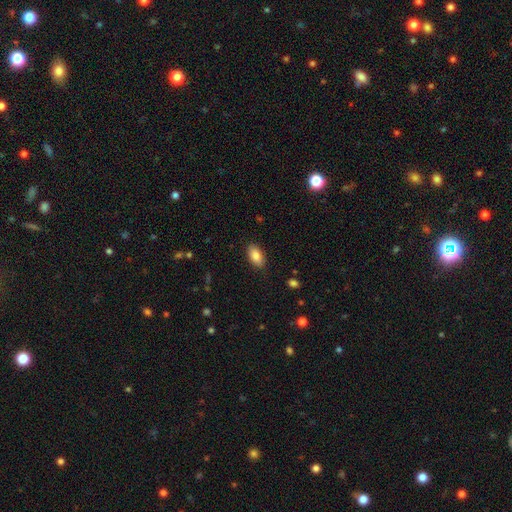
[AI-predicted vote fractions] A smooth galaxy with no disk features (86%) that is in between round and cigar-shaped (93%).

Vote fractions:
- Smooth or featured? smooth: 86% / star or artifact: 7% / featured or disk: 6%
- How rounded? in between: 93% / round: 4% / cigar-shaped: 3%
- Merging? none: 88% / minor disturbance: 9% / major disturbance: 2% / merger: 1%